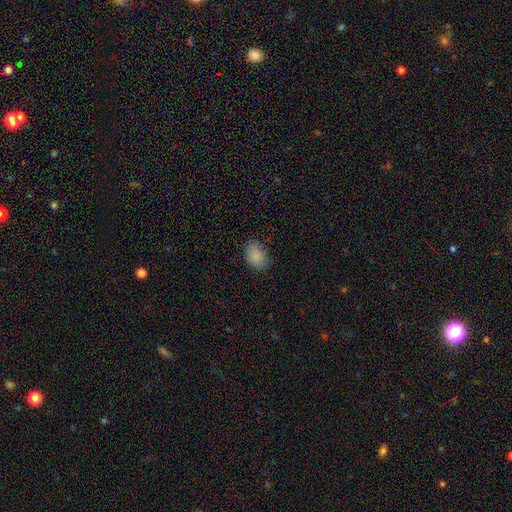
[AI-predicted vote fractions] Smooth or featured: smooth — 88% (star or artifact — 8%)
How rounded: in between — 81% (round — 17%)
Merging: none — 81% (minor disturbance — 15%)